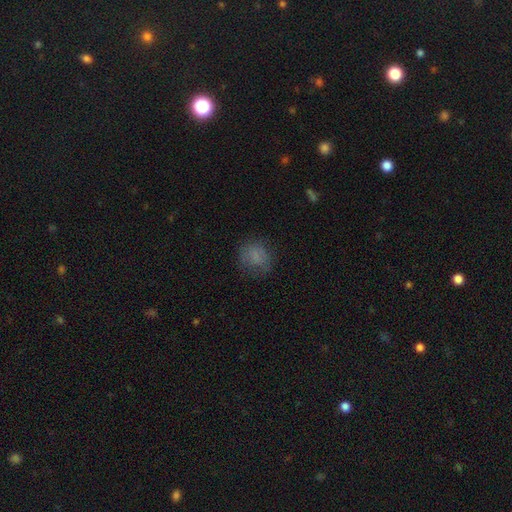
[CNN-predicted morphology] smooth 74%, featured or disk 13%, star or artifact 13%. Down the decision tree: how rounded — round (72%); merging — none (68%).